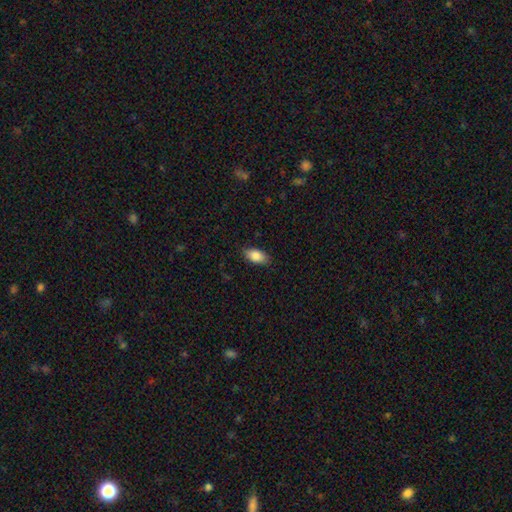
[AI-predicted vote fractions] Morphology: type=smooth (86%); roundness=in between (91%); merging=none (84%).